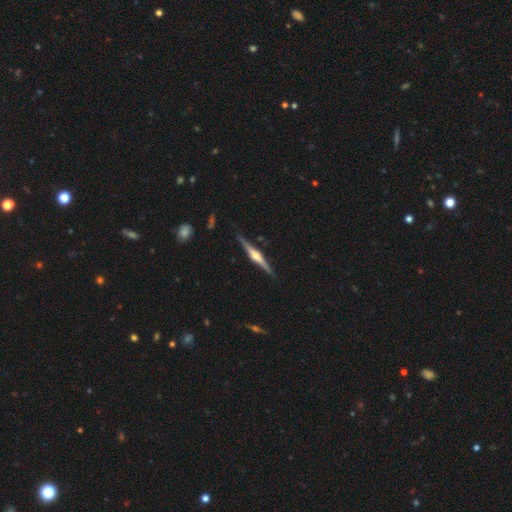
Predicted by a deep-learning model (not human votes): This appears to be a featured or disk galaxy (80%) viewed edge-on (98%) with a rounded central bulge (86%). Merging: none (89%).